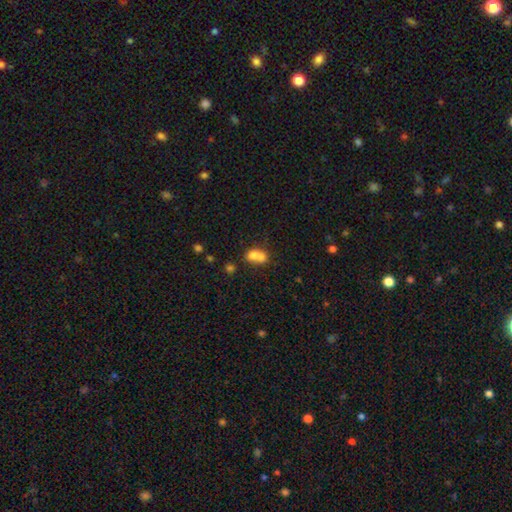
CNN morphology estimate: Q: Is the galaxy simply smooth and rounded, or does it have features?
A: smooth — 70%.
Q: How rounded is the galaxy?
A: round — 56%.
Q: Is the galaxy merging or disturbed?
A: merger — 70%.